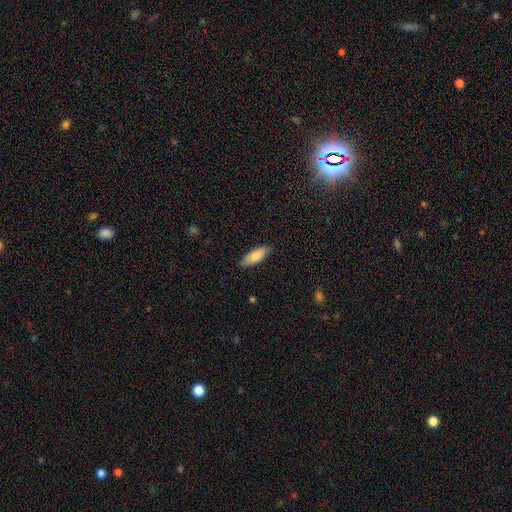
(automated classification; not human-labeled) Smooth or featured? smooth (82%)
How rounded? in between (69%)
Merging? none (87%)